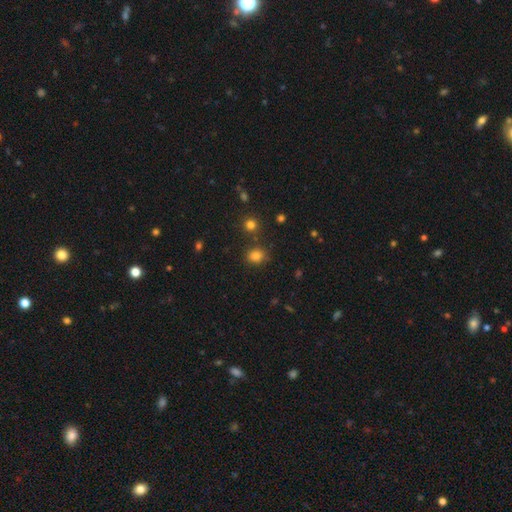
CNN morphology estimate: A smooth galaxy with no disk features (80%) that is round (56%). Merging: none (76%).